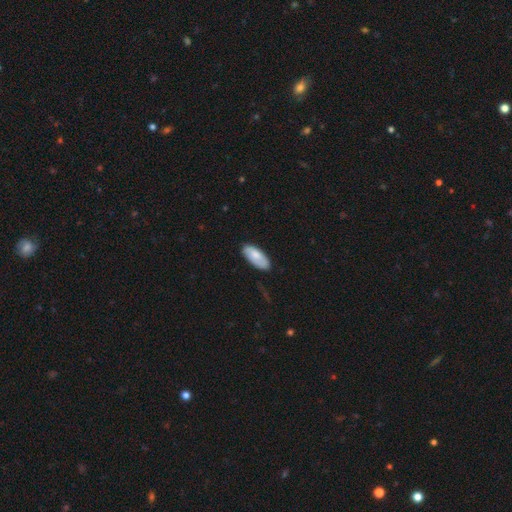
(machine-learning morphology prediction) smooth-or-featured: smooth: 76% | featured or disk: 19% | star or artifact: 6%
  how-rounded: in between: 87% | cigar-shaped: 11% | round: 2%
  merging: none: 82% | minor disturbance: 14% | major disturbance: 3% | merger: 1%